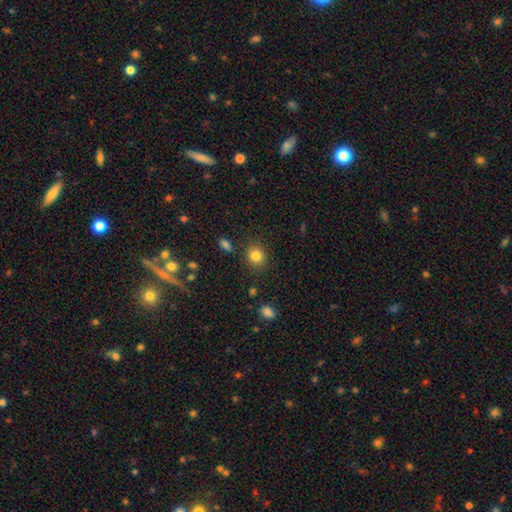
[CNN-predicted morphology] Smooth or featured? Predicted: smooth (p=0.83). How rounded? Predicted: round (p=0.81). Merging? Predicted: none (p=0.86).